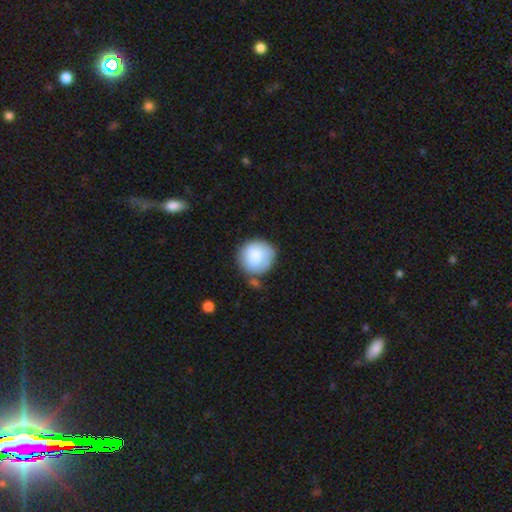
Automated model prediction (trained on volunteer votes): Smooth or featured?
  - smooth: 79% *
  - featured or disk: 14%
  - star or artifact: 7%
How rounded?
  - round: 88% *
  - in between: 11%
  - cigar-shaped: 1%
Merging?
  - none: 59% *
  - minor disturbance: 23%
  - merger: 9%
  - major disturbance: 9%